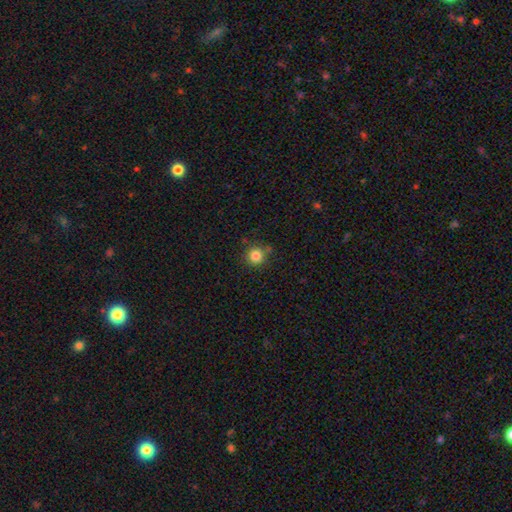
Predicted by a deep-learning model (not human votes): Morphology: type=smooth (83%); roundness=round (94%); merging=none (82%).